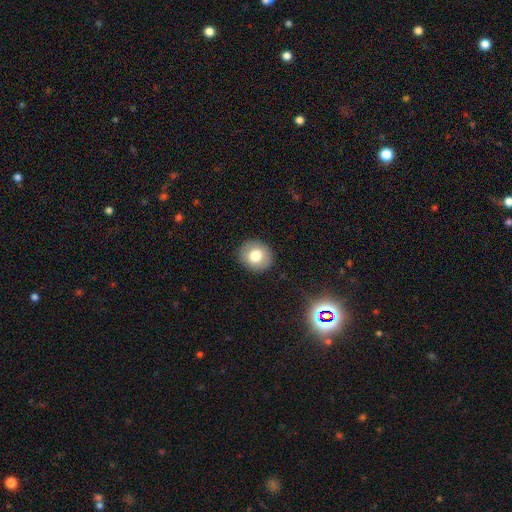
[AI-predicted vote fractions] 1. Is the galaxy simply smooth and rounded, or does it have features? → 76% smooth, 15% featured or disk, 9% star or artifact.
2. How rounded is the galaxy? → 81% round, 18% in between, 1% cigar-shaped.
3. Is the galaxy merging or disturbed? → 91% none, 6% minor disturbance, 2% major disturbance, 1% merger.